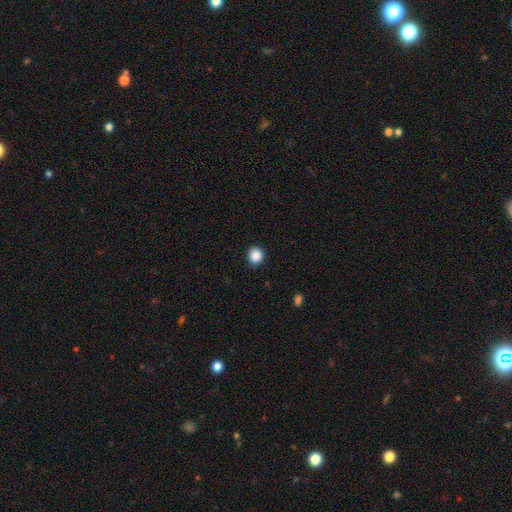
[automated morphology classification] type=smooth (88%); roundness=round (89%); merging=none (92%).